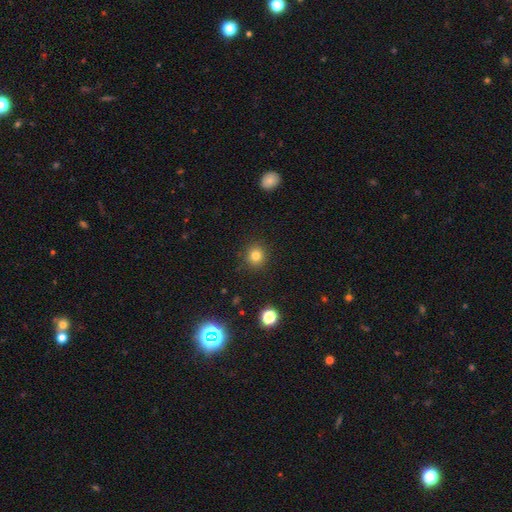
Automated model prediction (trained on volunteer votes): Morphology: type=smooth (81%); roundness=round (89%); merging=none (90%).